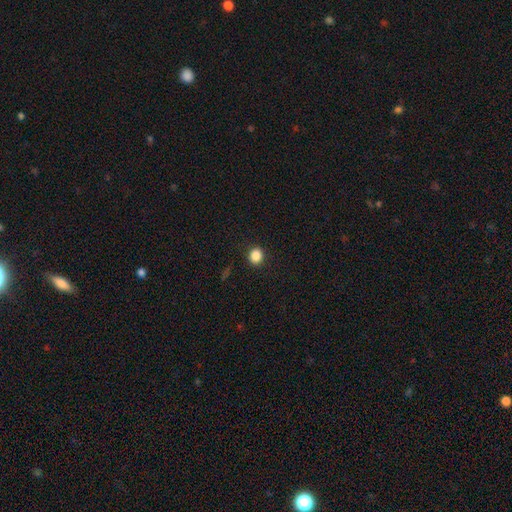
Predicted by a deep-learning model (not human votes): Smooth or featured? smooth (86%)
How rounded? round (77%)
Merging? none (91%)